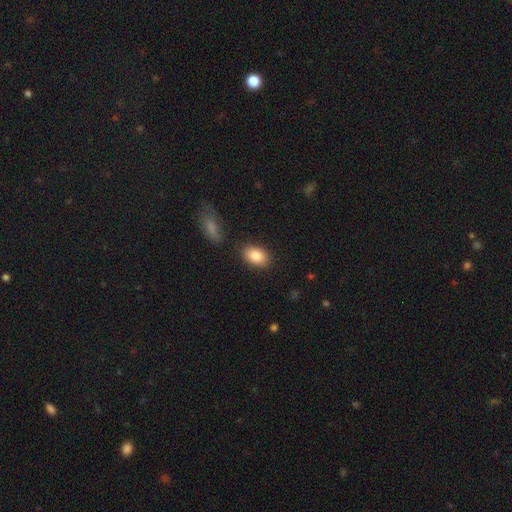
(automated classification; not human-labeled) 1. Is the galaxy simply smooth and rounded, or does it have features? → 86% smooth, 7% star or artifact, 7% featured or disk.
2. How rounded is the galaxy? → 89% in between, 9% round, 2% cigar-shaped.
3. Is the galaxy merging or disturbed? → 83% none, 10% minor disturbance, 4% merger, 3% major disturbance.